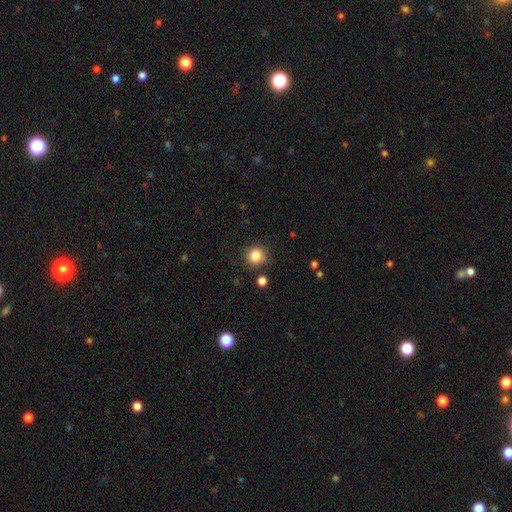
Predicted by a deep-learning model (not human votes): This appears to be a smooth galaxy with no disk features (84%) that is round (89%). Merging: none (82%).